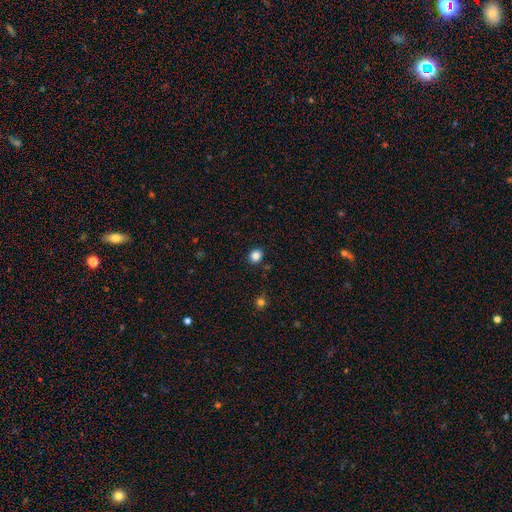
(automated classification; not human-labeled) Smooth or featured?
  - smooth: 84% *
  - star or artifact: 12%
  - featured or disk: 4%
How rounded?
  - round: 72% *
  - in between: 27%
  - cigar-shaped: 1%
Merging?
  - none: 89% *
  - minor disturbance: 7%
  - major disturbance: 2%
  - merger: 2%